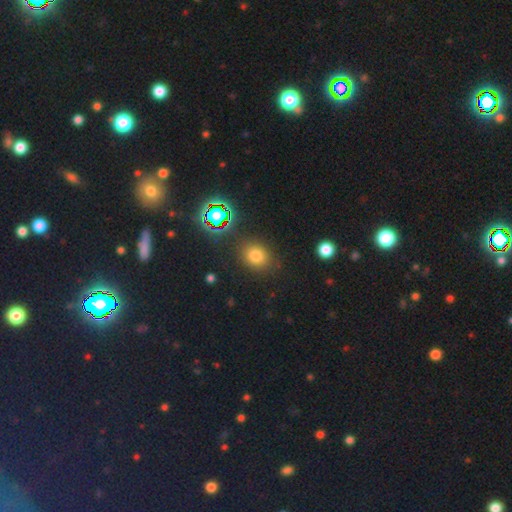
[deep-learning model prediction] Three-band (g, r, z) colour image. It shows a smooth galaxy with no disk features (72%) that is round (62%). Merging: none (84%).